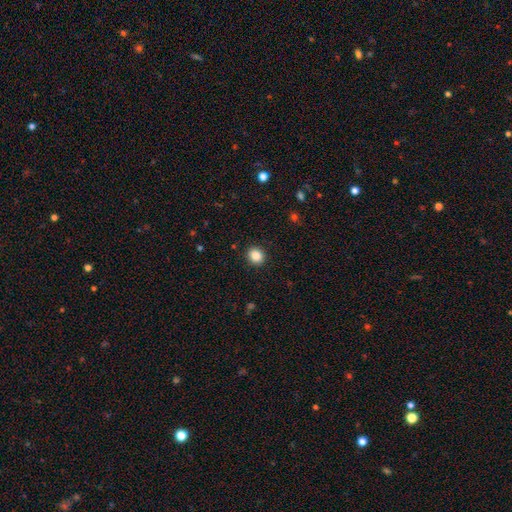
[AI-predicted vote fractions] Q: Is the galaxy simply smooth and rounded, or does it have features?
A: smooth — 85%.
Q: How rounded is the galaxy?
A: round — 81%.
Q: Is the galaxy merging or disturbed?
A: none — 92%.